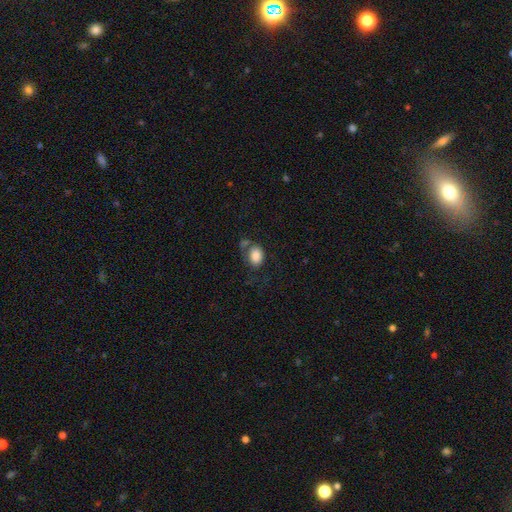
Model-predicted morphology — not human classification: Q: Smooth or featured?
A: smooth (82%); runner-up: featured or disk (10%)
Q: How rounded?
A: in between (73%); runner-up: round (26%)
Q: Merging?
A: none (45%); runner-up: minor disturbance (21%)